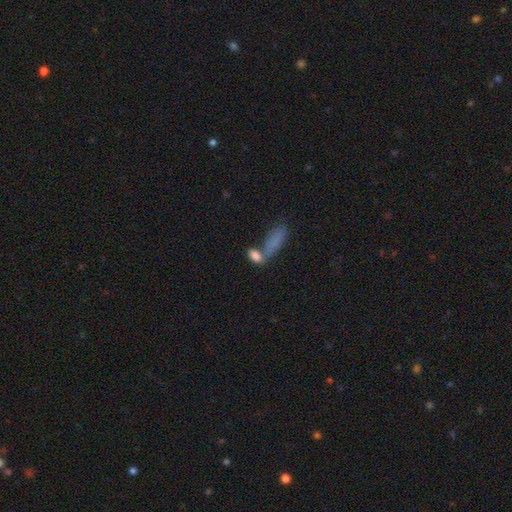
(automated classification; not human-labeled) The model was most divided on "merging": merger: 42%, none: 41%, minor disturbance: 11%, major disturbance: 7%. More confident: smooth or featured — smooth (82%); how rounded — in between (79%).